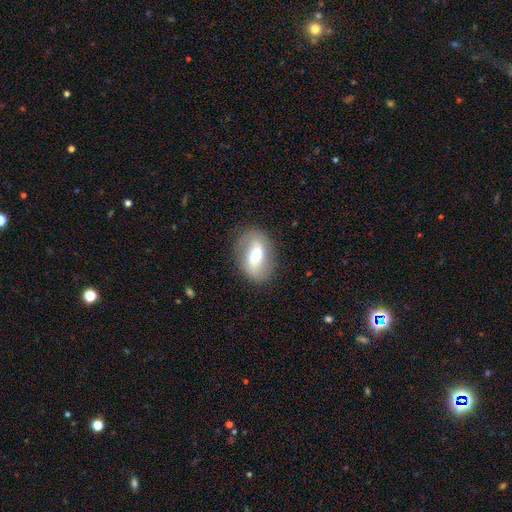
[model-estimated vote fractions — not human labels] A featured or disk galaxy (50%).

Vote fractions:
- Smooth or featured? featured or disk: 50% / smooth: 42% / star or artifact: 8%
- Edge-on disk? no: 90% / yes: 10%
- Merging? none: 77% / minor disturbance: 15% / major disturbance: 6% / merger: 2%